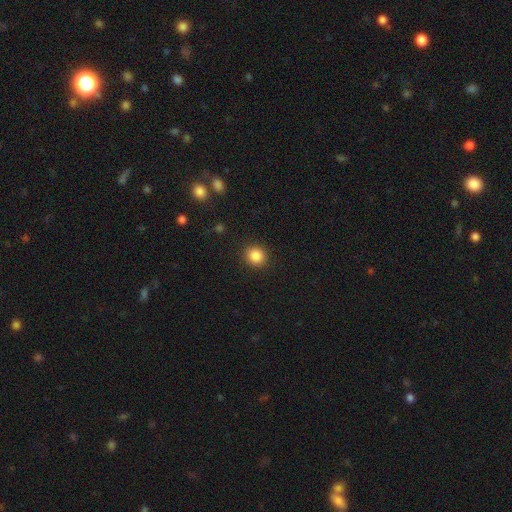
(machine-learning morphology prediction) smooth 86%, star or artifact 10%, featured or disk 4%. Down the decision tree: how rounded — round (88%); merging — none (91%).